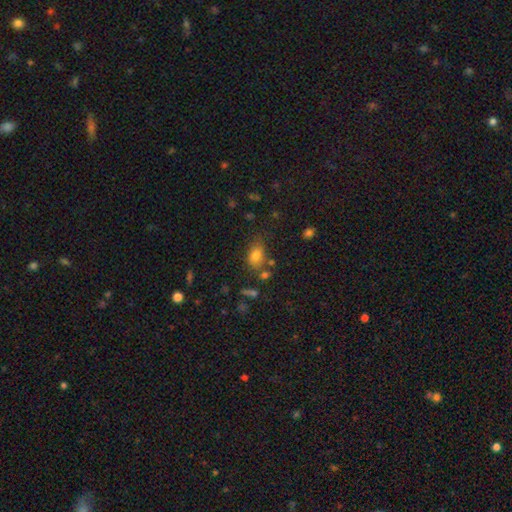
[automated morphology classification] This appears to be a smooth galaxy with no disk features (78%) that is in between round and cigar-shaped (81%). Merging: none (60%).